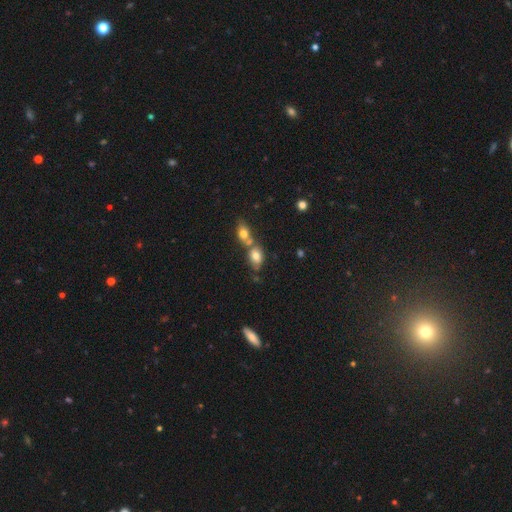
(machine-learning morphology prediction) The model was most divided on "merging": merger: 49%, none: 36%, minor disturbance: 11%, major disturbance: 4%. More confident: smooth or featured — smooth (76%); how rounded — in between (74%).